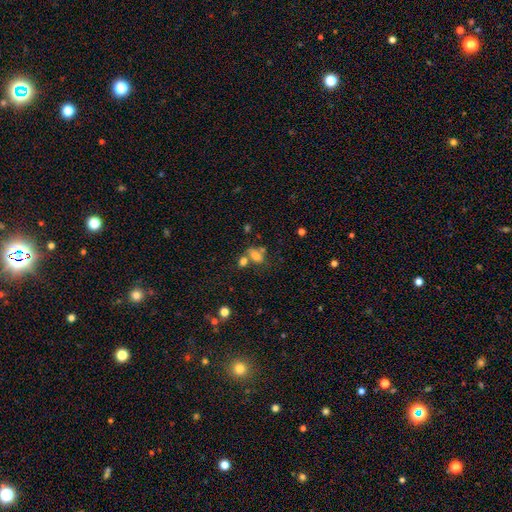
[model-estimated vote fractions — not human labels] smooth 71%, featured or disk 15%, star or artifact 14%. Down the decision tree: how rounded — in between (79%); merging — none (39%).